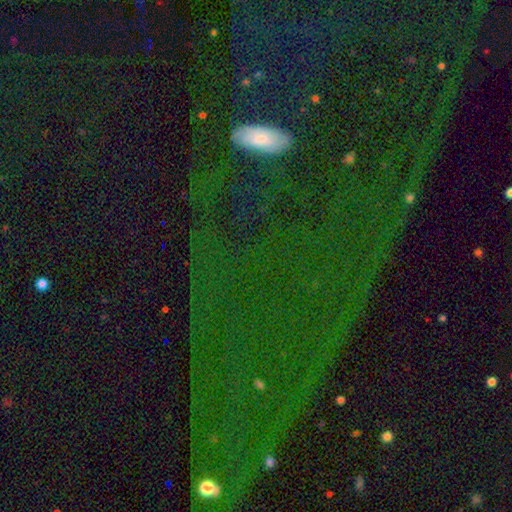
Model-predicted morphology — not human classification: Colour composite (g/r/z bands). It shows a star or artifact, not a galaxy (53%).